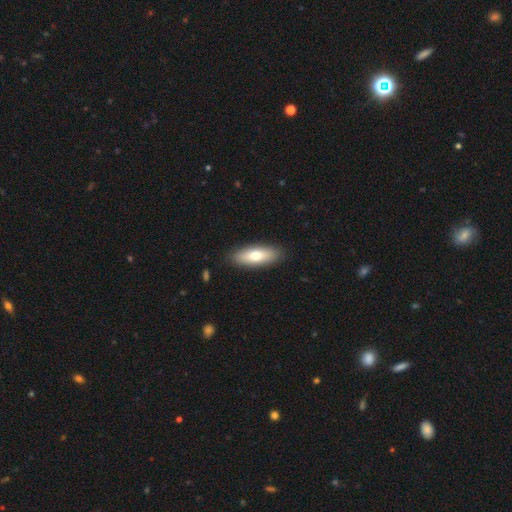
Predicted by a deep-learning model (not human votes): Overall: smooth (71%). How rounded: in between (69%). Merging: none (88%).